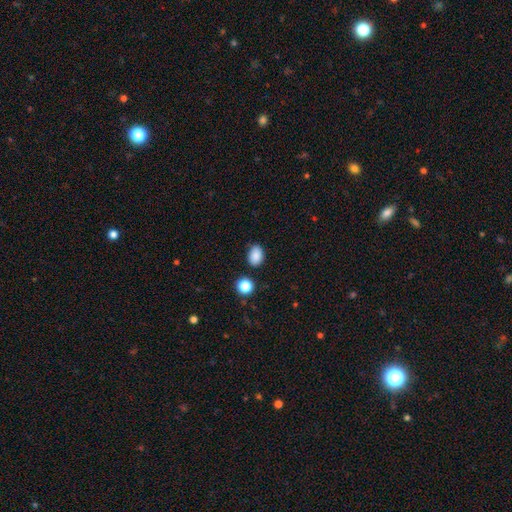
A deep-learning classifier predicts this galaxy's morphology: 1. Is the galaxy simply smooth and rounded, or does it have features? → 86% smooth, 10% star or artifact, 4% featured or disk.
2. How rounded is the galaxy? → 77% in between, 22% round, 1% cigar-shaped.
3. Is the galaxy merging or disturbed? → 78% none, 15% minor disturbance, 4% merger, 3% major disturbance.